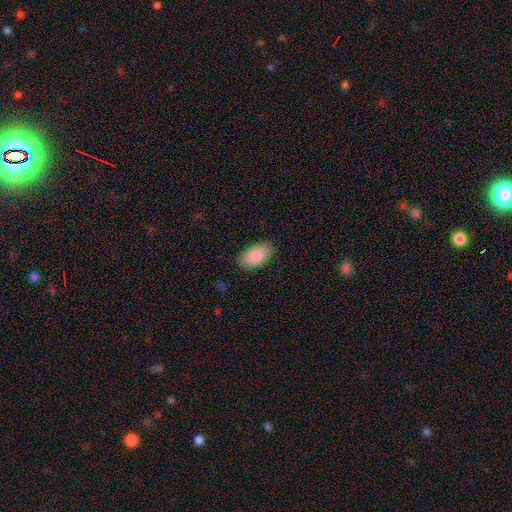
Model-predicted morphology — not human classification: smooth 89%, star or artifact 6%, featured or disk 5%. Down the decision tree: how rounded — in between (95%); merging — none (85%).